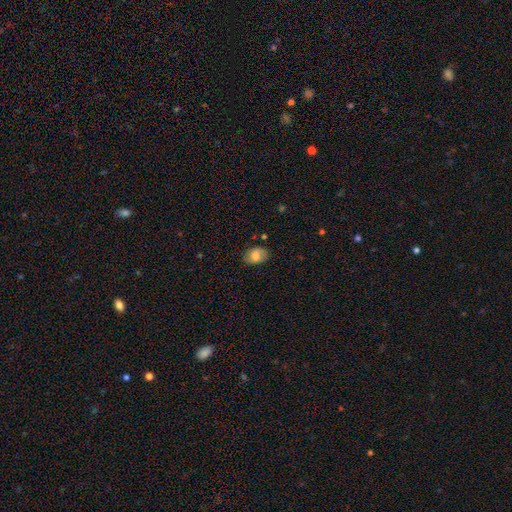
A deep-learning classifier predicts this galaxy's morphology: This is likely a smooth galaxy (76%). How rounded: likely in between (77%). Merging: likely none (78%).